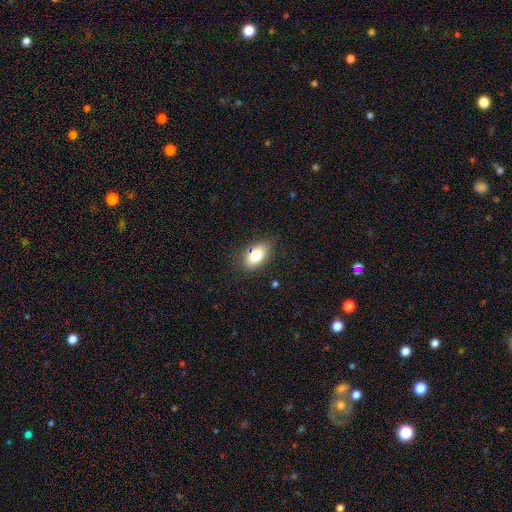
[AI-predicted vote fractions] Q: Smooth or featured?
A: smooth (80%); runner-up: featured or disk (11%)
Q: How rounded?
A: in between (88%); runner-up: round (8%)
Q: Merging?
A: none (79%); runner-up: minor disturbance (15%)